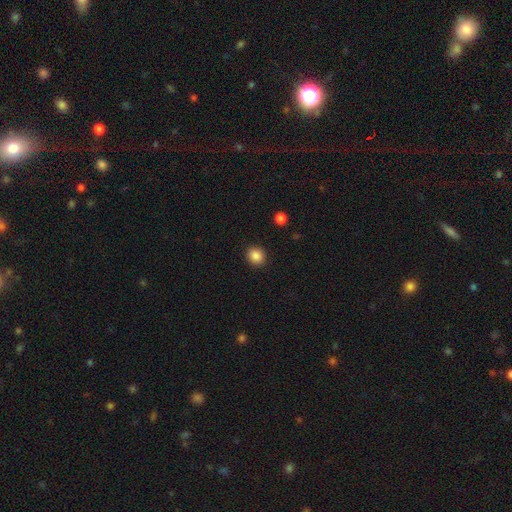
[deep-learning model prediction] smooth_or_featured: smooth (p=0.87) [alt: star or artifact p=0.09]
how_rounded: round (p=0.78) [alt: in between p=0.21]
merging: none (p=0.91) [alt: minor disturbance p=0.06]